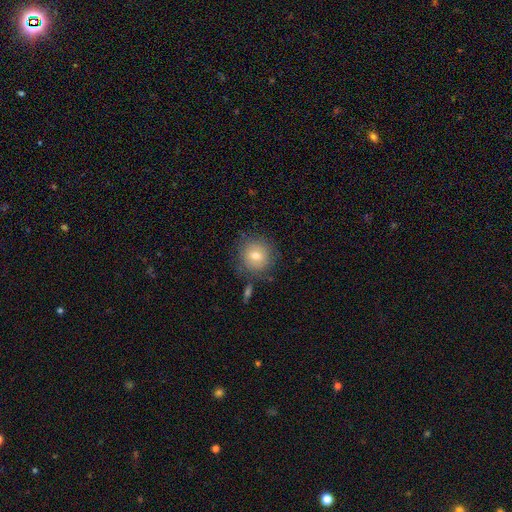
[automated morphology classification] This is likely a smooth galaxy (74%). How rounded: clearly round (90%). Merging: likely none (80%).